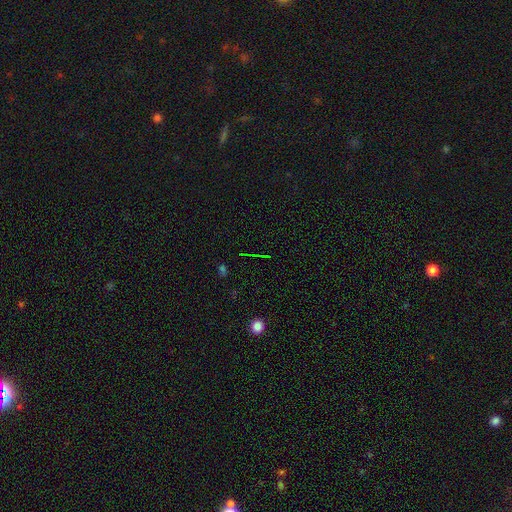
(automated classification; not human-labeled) smooth_or_featured: star or artifact (p=0.68) [alt: smooth p=0.19]